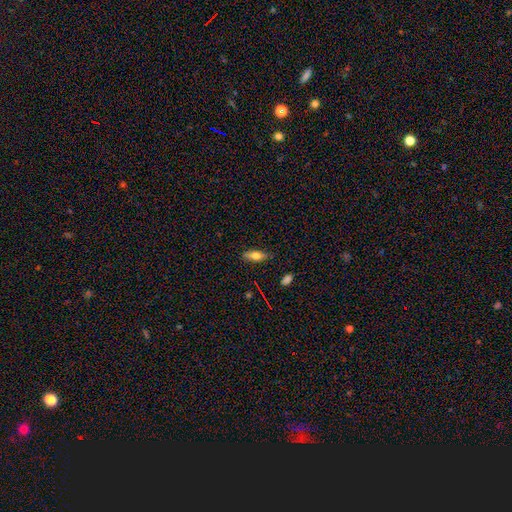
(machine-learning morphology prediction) This is likely a smooth galaxy (65%). How rounded: likely in between (66%). Merging: clearly none (83%).